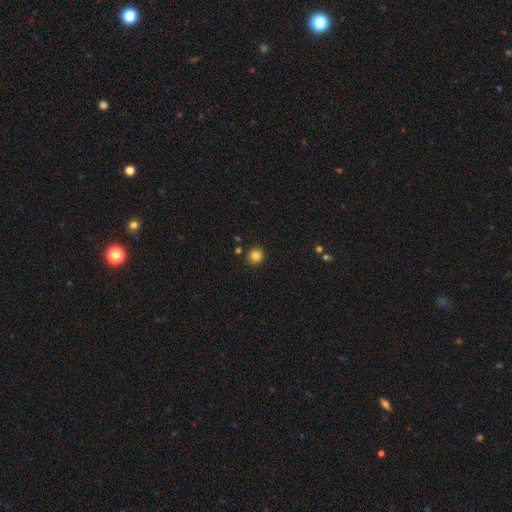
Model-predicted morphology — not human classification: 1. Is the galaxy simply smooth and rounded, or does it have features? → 84% smooth, 11% star or artifact, 5% featured or disk.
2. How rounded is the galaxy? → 92% round, 7% in between, 1% cigar-shaped.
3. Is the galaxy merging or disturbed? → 89% none, 6% minor disturbance, 3% merger, 2% major disturbance.